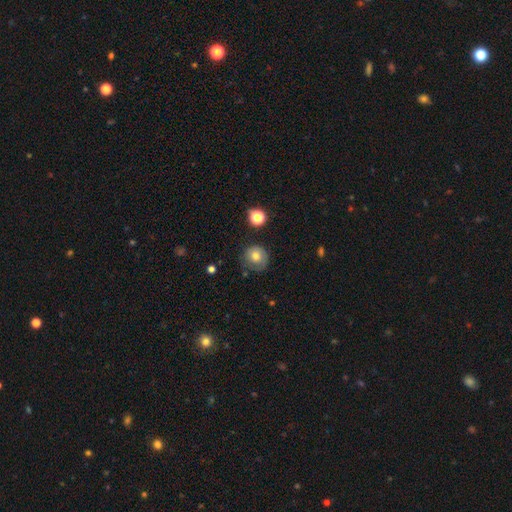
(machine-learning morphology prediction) type=smooth (67%); roundness=round (86%); merging=none (64%).